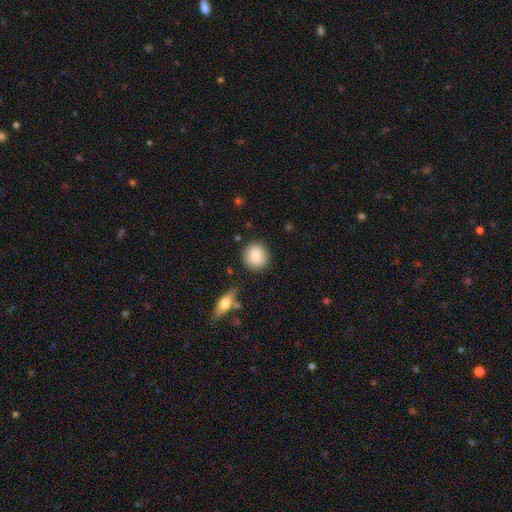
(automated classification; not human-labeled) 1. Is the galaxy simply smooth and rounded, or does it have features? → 87% smooth, 7% star or artifact, 6% featured or disk.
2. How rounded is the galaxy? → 88% round, 11% in between, 1% cigar-shaped.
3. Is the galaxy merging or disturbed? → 86% none, 9% minor disturbance, 3% major disturbance, 2% merger.